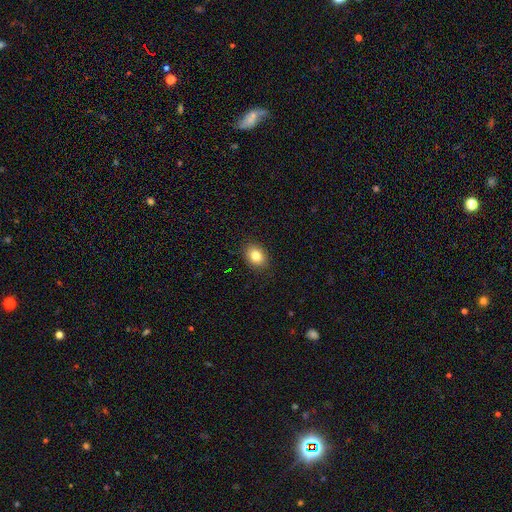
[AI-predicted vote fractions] A smooth galaxy with no disk features (82%) that is in between round and cigar-shaped (58%). Merging: none (89%).